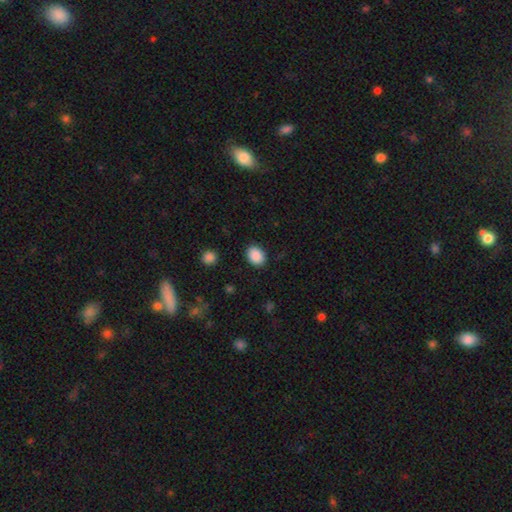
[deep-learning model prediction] smooth-or-featured: smooth: 89% | star or artifact: 8% | featured or disk: 3%
  how-rounded: in between: 67% | round: 33% | cigar-shaped: 1%
  merging: none: 87% | minor disturbance: 9% | major disturbance: 3% | merger: 1%